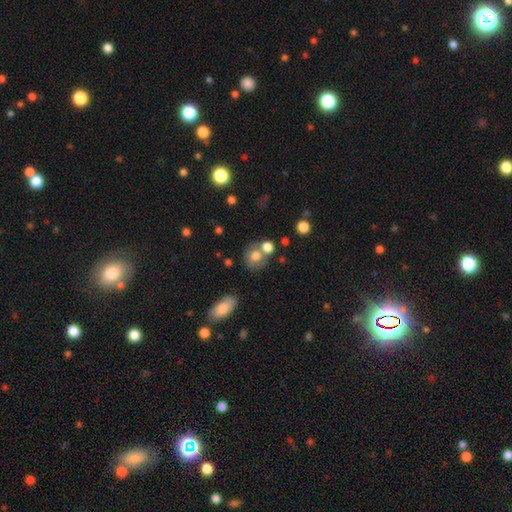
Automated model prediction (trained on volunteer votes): A smooth galaxy with no disk features (74%) that is round (78%). Merging: none (52%).